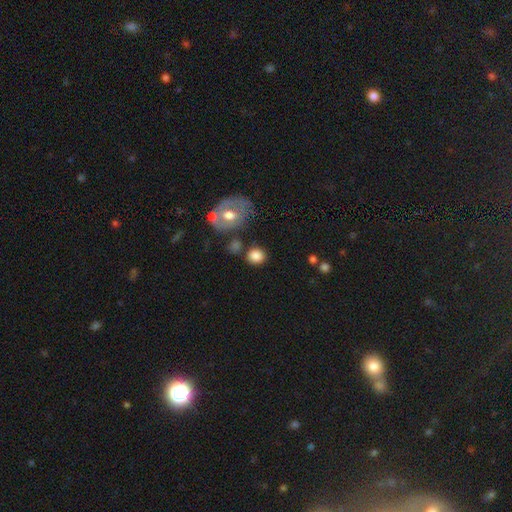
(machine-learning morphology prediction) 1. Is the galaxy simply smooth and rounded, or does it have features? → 81% smooth, 10% featured or disk, 9% star or artifact.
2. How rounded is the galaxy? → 75% round, 23% in between, 1% cigar-shaped.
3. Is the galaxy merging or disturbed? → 73% none, 13% minor disturbance, 9% merger, 5% major disturbance.